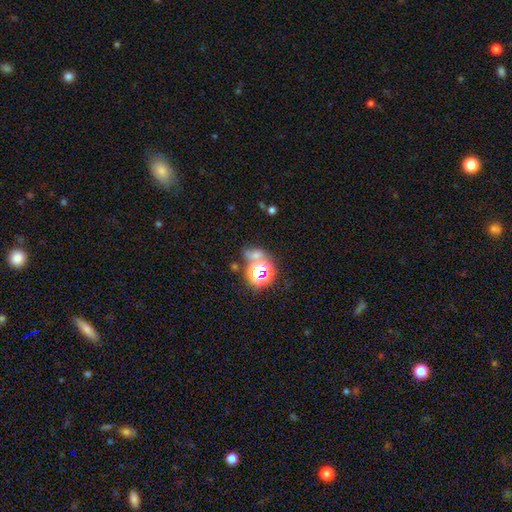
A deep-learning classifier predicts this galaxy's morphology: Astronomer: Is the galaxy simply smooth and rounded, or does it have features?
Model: star or artifact — 51% (runner-up: smooth, 37%).